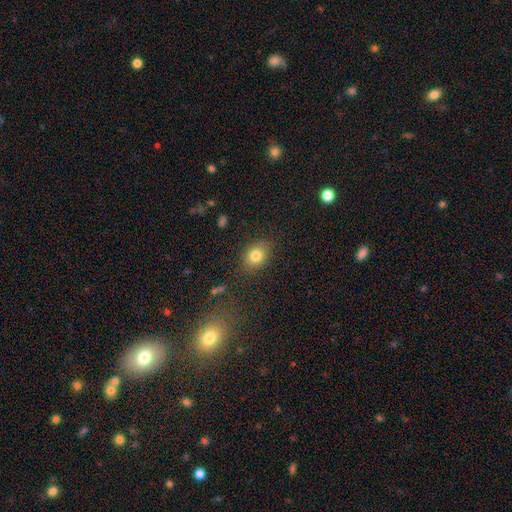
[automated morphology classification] Smooth or featured? smooth (81%)
How rounded? in between (56%)
Merging? none (83%)